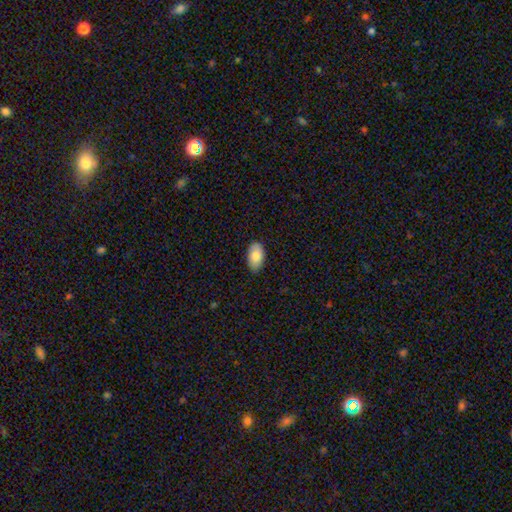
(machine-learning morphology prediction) Smooth or featured? Predicted: smooth (p=0.82). How rounded? Predicted: in between (p=0.95). Merging? Predicted: none (p=0.84).